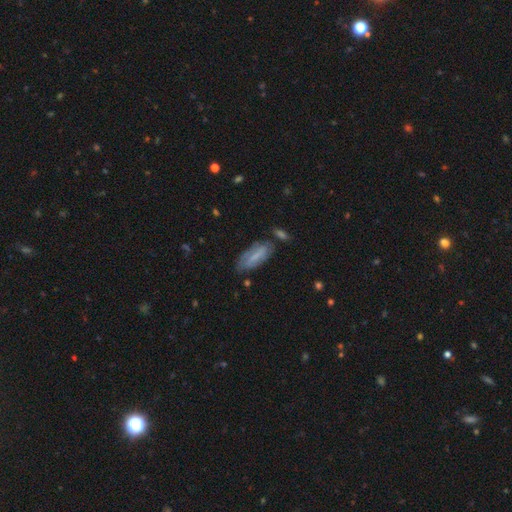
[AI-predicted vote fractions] smooth_or_featured: smooth (p=0.56) [alt: featured or disk p=0.36]
how_rounded: in between (p=0.62) [alt: cigar-shaped p=0.36]
merging: none (p=0.67) [alt: minor disturbance p=0.21]